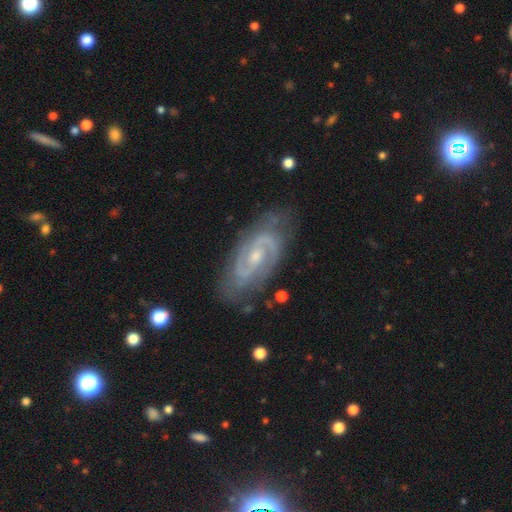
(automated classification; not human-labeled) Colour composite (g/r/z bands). It shows a featured or disk galaxy (89%) with a weak bar (48%), 2 (85%) medium (47%) spiral arms (97%) and a small central bulge (56%). Merging: none (77%).